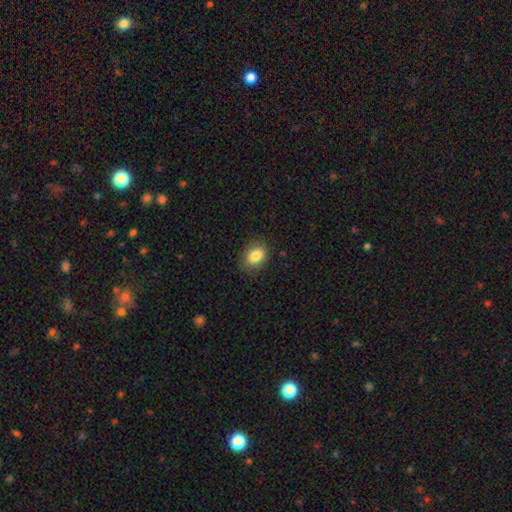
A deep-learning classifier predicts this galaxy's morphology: This appears to be a smooth galaxy with no disk features (85%) that is in between round and cigar-shaped (72%). Merging: none (84%).